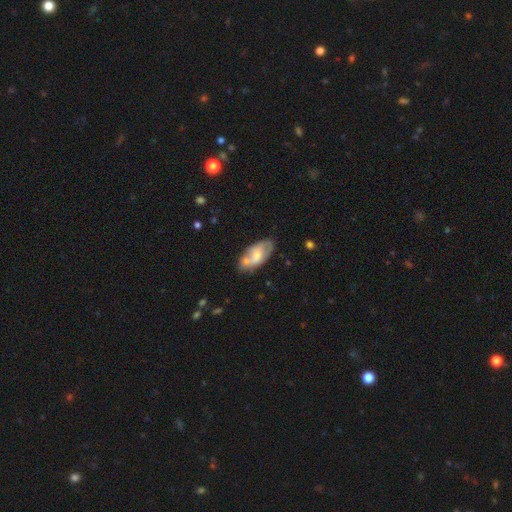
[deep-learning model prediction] Overall: smooth (55%; featured or disk 39%). How rounded: in between (91%). Merging: none (51%; minor disturbance 23%).